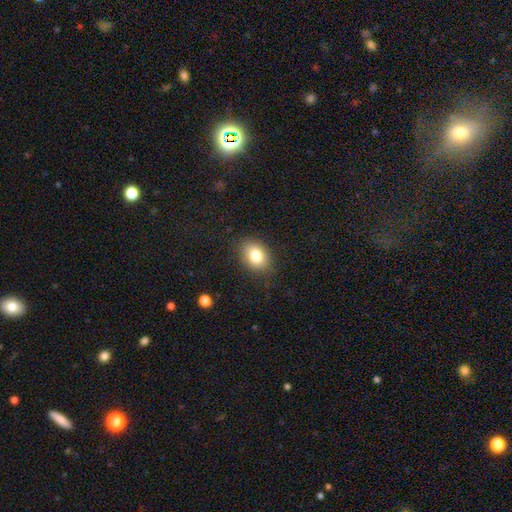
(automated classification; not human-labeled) Overall: smooth (82%). How rounded: in between (72%). Merging: none (84%).